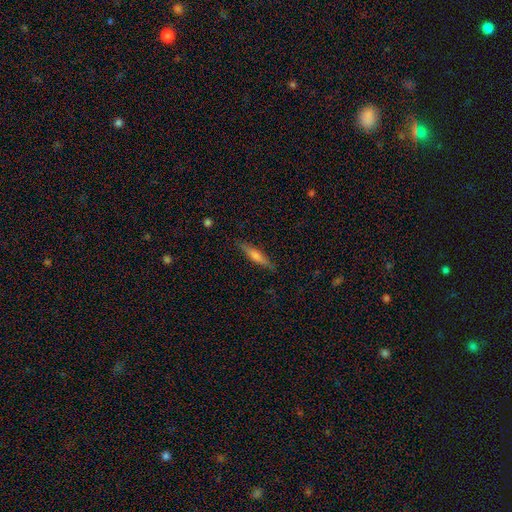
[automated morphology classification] Overall: featured or disk (51%; smooth 43%). Edge-on disk: yes (95%). Merging: none (87%).